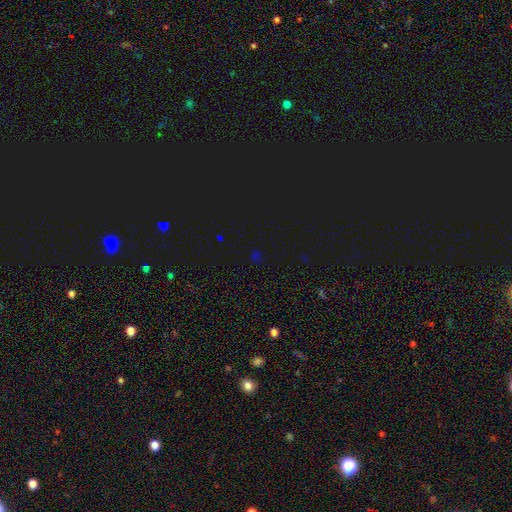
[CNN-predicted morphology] smooth_or_featured: star or artifact (p=0.71) [alt: smooth p=0.23]